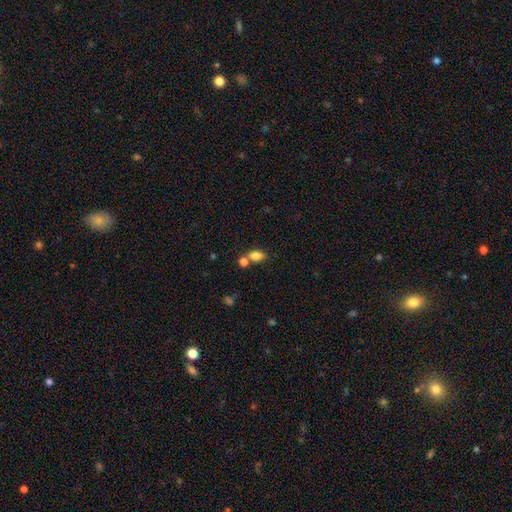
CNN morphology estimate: A smooth galaxy with no disk features (83%) that is in between round and cigar-shaped (82%).

Vote fractions:
- Smooth or featured? smooth: 83% / star or artifact: 10% / featured or disk: 7%
- How rounded? in between: 82% / round: 16% / cigar-shaped: 2%
- Merging? none: 55% / merger: 30% / minor disturbance: 11% / major disturbance: 4%